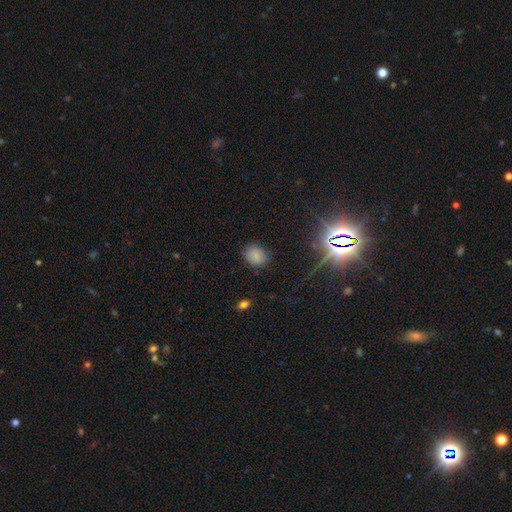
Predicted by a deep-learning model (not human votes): smooth 76%, star or artifact 16%, featured or disk 8%. Down the decision tree: how rounded — round (55%); merging — none (81%).